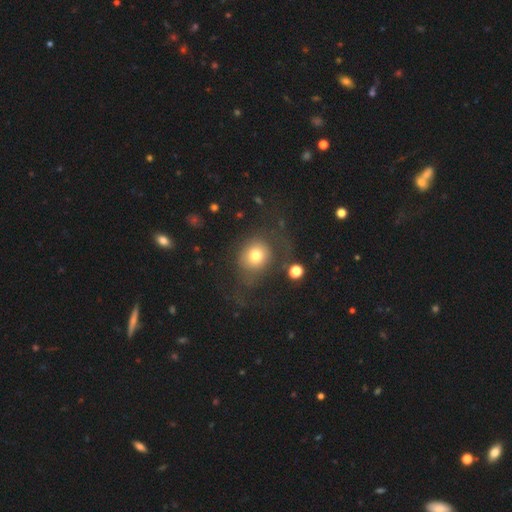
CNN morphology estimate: Q: Smooth or featured?
A: smooth (72%); runner-up: featured or disk (16%)
Q: How rounded?
A: round (78%); runner-up: in between (21%)
Q: Merging?
A: none (54%); runner-up: major disturbance (25%)